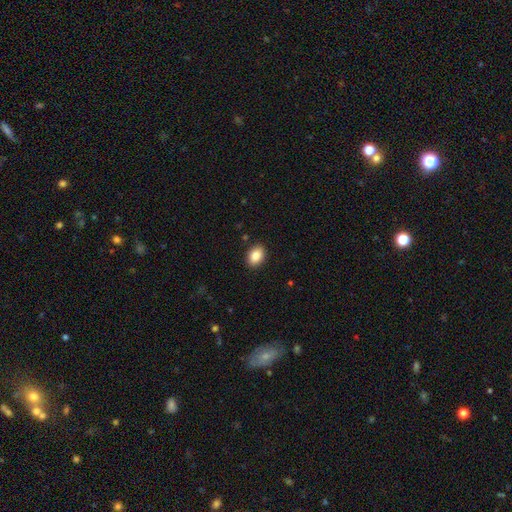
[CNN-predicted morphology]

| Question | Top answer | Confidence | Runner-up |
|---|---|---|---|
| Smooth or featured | smooth | 88% | star or artifact (8%) |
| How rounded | in between | 83% | round (16%) |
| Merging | none | 89% | minor disturbance (8%) |